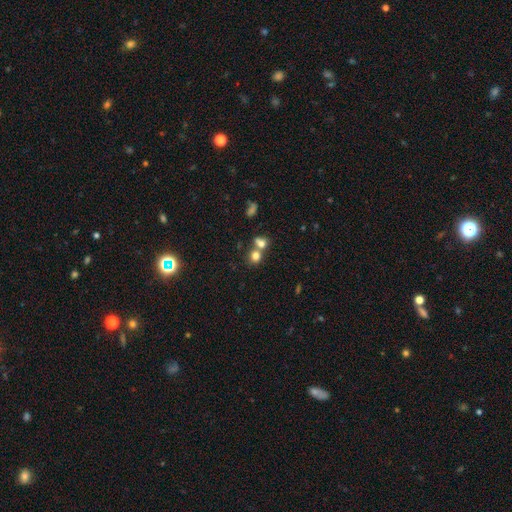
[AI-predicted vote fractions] smooth_or_featured: smooth (p=0.76) [alt: star or artifact p=0.13]
how_rounded: round (p=0.78) [alt: in between p=0.21]
merging: merger (p=0.48) [alt: none p=0.41]